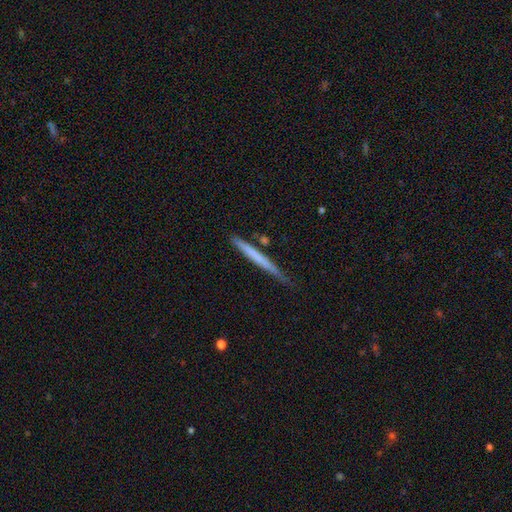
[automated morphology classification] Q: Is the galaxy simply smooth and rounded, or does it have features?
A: smooth — 54%.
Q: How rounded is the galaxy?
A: cigar-shaped — 97%.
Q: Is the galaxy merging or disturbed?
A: none — 76%.